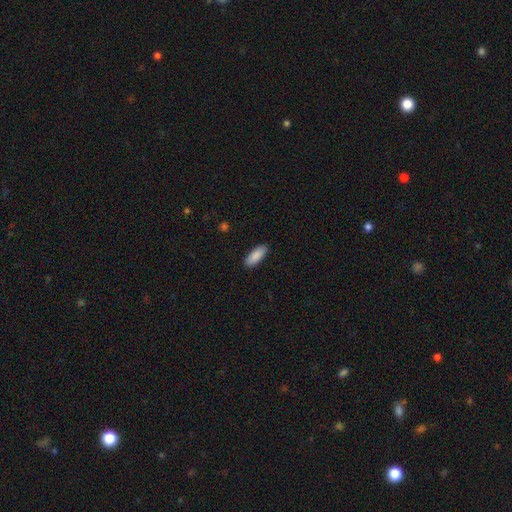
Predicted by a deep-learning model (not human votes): A smooth galaxy with no disk features (89%) that is in between round and cigar-shaped (75%). Merging: none (89%).